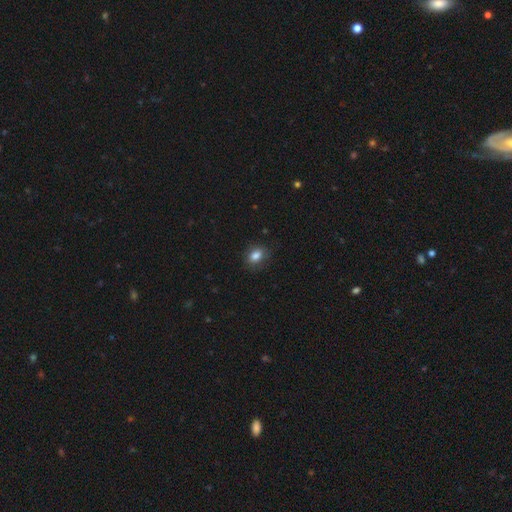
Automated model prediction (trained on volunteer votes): Smooth or featured: smooth — 83% (star or artifact — 10%)
How rounded: in between — 67% (round — 32%)
Merging: none — 80% (minor disturbance — 15%)